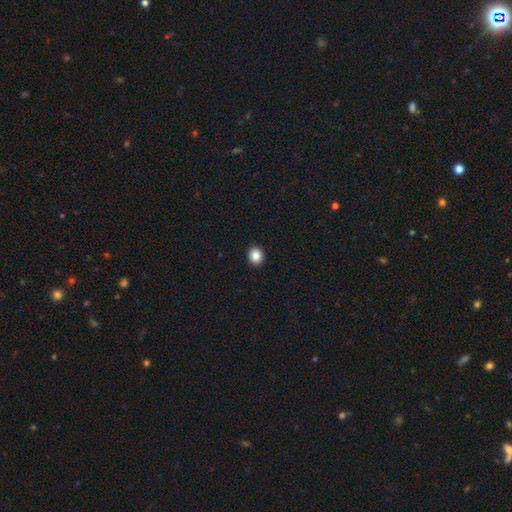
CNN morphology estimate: The model was most divided on "how rounded": round: 77%, in between: 22%, cigar-shaped: 1%. More confident: merging — none (93%); smooth or featured — smooth (86%).